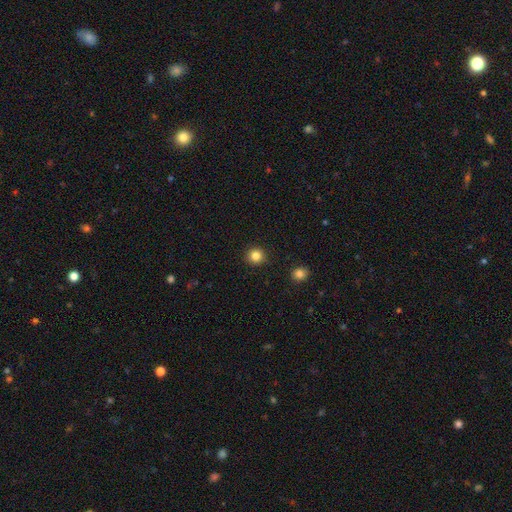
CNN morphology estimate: This appears to be a smooth galaxy with no disk features (84%) that is round (93%). Merging: none (92%).